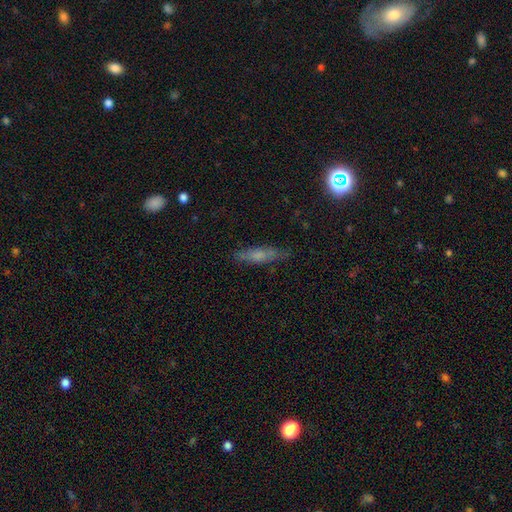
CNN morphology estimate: smooth 42% (tied), featured or disk 42% (tied), star or artifact 15%. Down the decision tree: merging — none (81%).